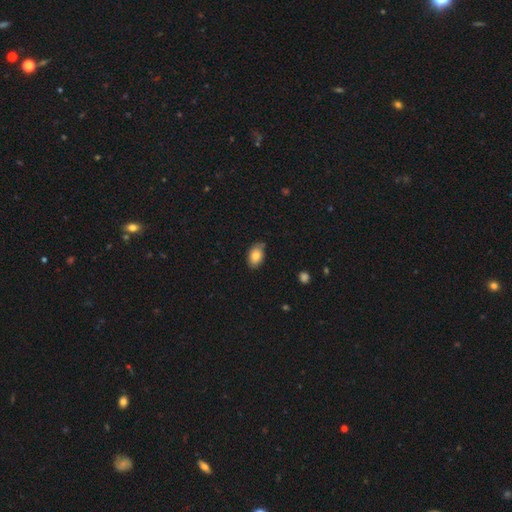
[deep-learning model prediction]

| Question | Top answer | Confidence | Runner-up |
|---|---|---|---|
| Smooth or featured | smooth | 82% | featured or disk (10%) |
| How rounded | in between | 85% | round (14%) |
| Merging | none | 74% | minor disturbance (21%) |